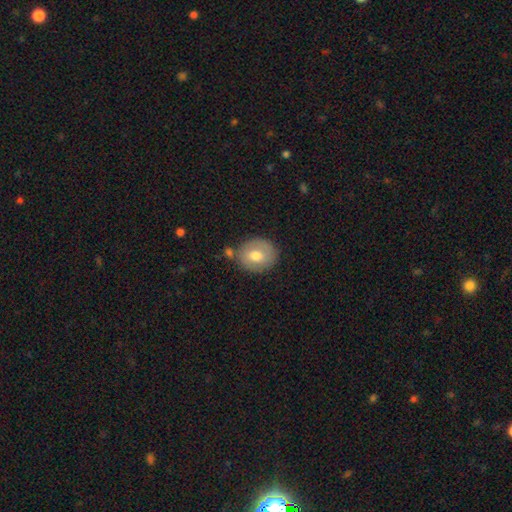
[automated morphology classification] Smooth or featured: smooth — 68% (featured or disk — 25%)
How rounded: round — 66% (in between — 33%)
Merging: none — 73% (minor disturbance — 15%)